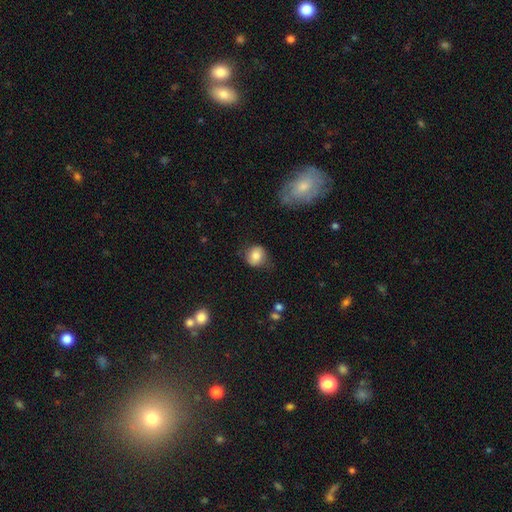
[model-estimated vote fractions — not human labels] smooth-or-featured: smooth: 79% | featured or disk: 13% | star or artifact: 8%
  how-rounded: round: 75% | in between: 24% | cigar-shaped: 1%
  merging: none: 67% | minor disturbance: 23% | major disturbance: 7% | merger: 2%